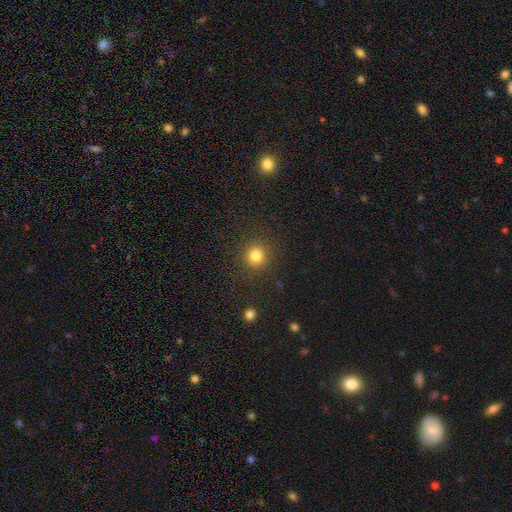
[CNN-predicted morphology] smooth 82%, star or artifact 13%, featured or disk 5%. Down the decision tree: how rounded — round (91%); merging — none (89%).